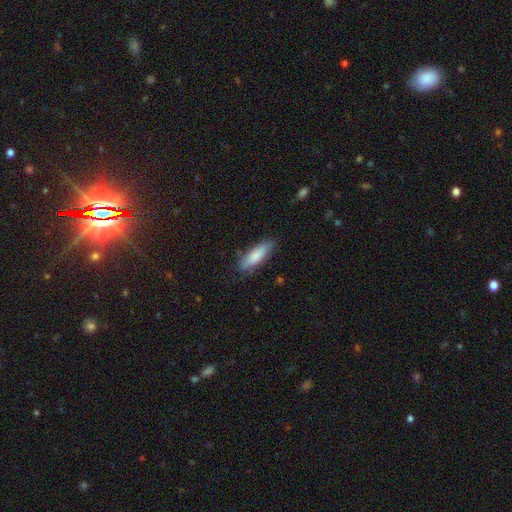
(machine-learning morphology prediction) smooth_or_featured: smooth (p=0.77) [alt: featured or disk p=0.17]
how_rounded: in between (p=0.50) [alt: cigar-shaped p=0.48]
merging: none (p=0.78) [alt: minor disturbance p=0.17]